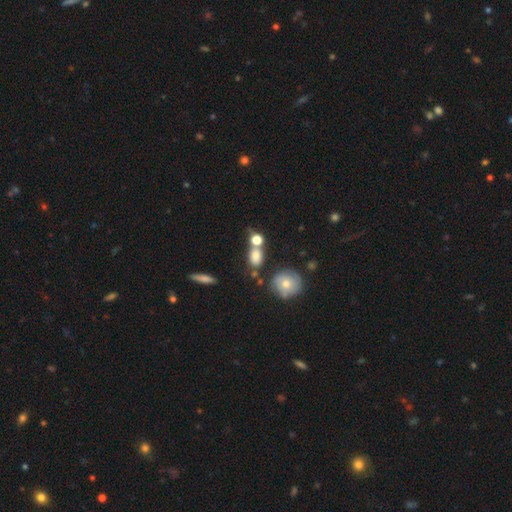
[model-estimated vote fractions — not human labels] A smooth galaxy with no disk features (77%) that is in between round and cigar-shaped (59%). Merging: none (46%).